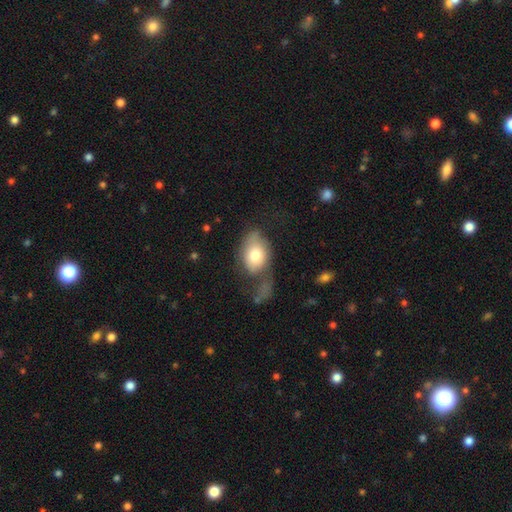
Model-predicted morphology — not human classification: type=smooth (71%); roundness=in between (80%); merging=major disturbance (40%).